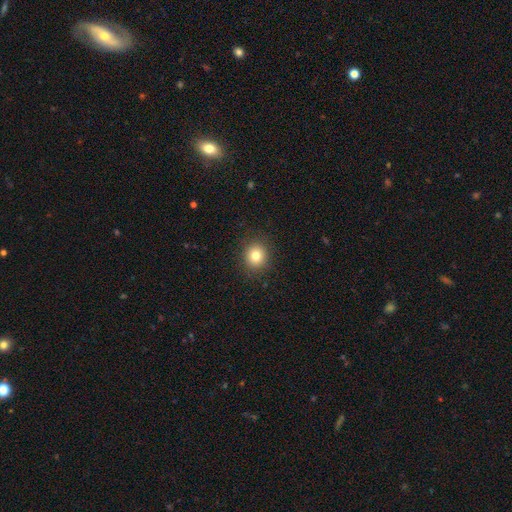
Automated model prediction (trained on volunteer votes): A smooth galaxy with no disk features (80%) that is round (85%). Merging: none (90%).